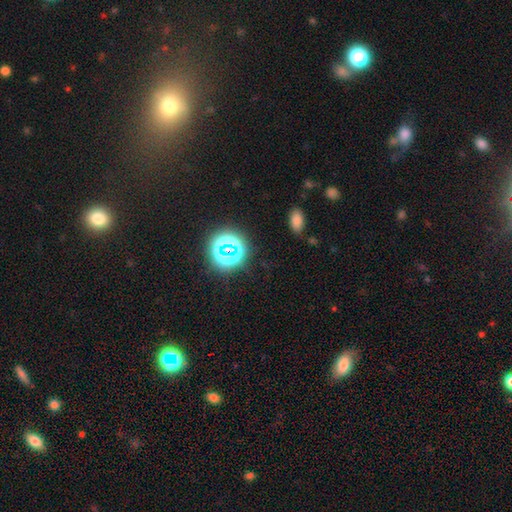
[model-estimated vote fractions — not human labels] Smooth or featured? Predicted: star or artifact (p=0.67).